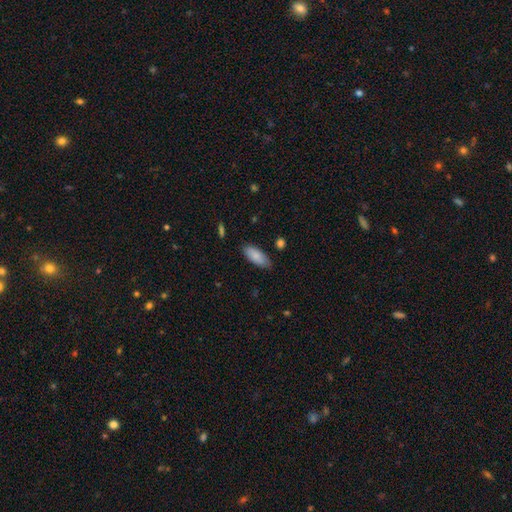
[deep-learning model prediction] This appears to be a smooth galaxy with no disk features (85%) that is in between round and cigar-shaped (83%). Merging: none (81%).